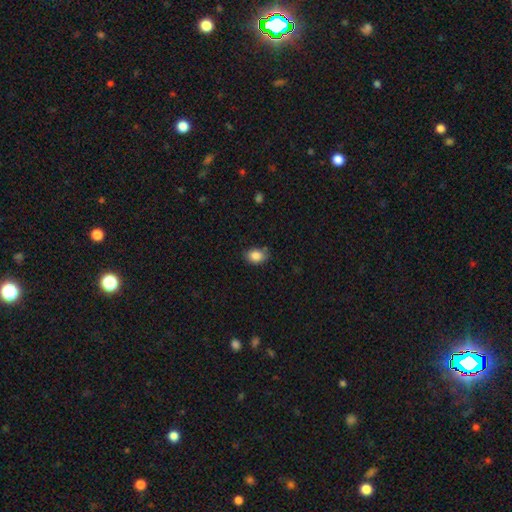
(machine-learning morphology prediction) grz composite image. It shows a smooth galaxy with no disk features (86%) that is in between round and cigar-shaped (72%). Merging: none (77%).